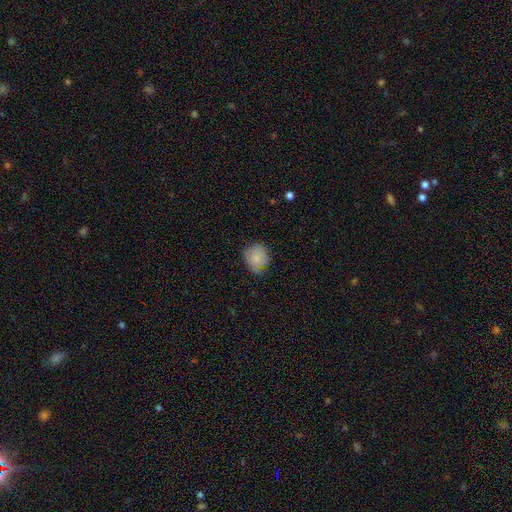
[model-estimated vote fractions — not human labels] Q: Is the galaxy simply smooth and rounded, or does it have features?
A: smooth — 73%.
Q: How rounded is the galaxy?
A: round — 68%.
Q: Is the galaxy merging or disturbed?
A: none — 54%.